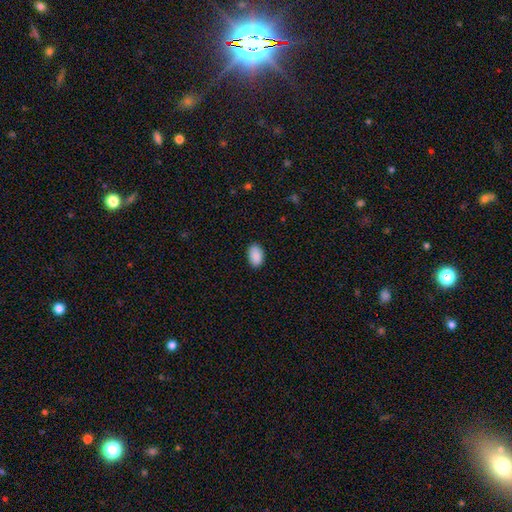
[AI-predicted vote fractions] Smooth or featured? Predicted: smooth (p=0.91). How rounded? Predicted: in between (p=0.92). Merging? Predicted: none (p=0.88).